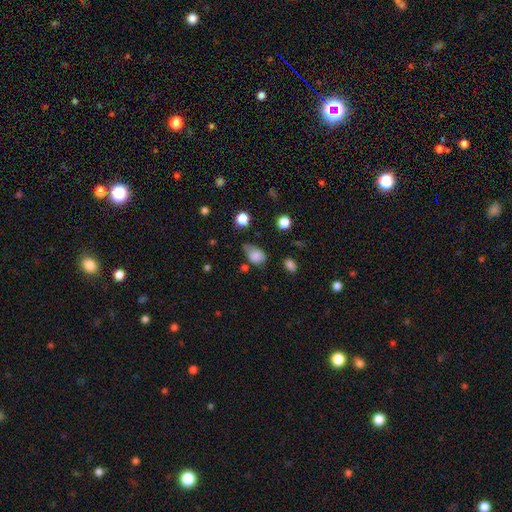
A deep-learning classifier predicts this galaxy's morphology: This appears to be a smooth galaxy with no disk features (80%) that is in between round and cigar-shaped (77%). Merging: minor disturbance (42%).